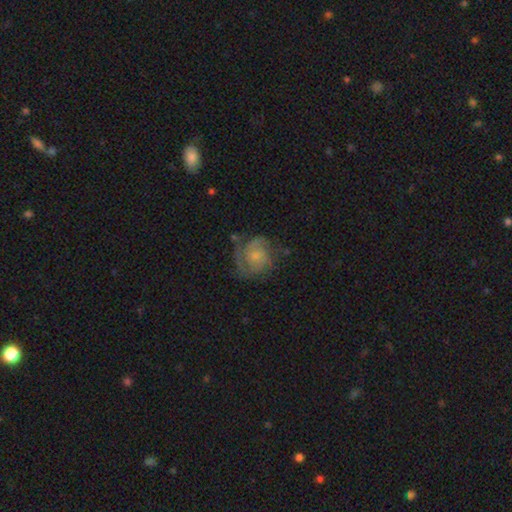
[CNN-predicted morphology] This is likely a featured or disk galaxy (74%). It is clearly not viewed edge-on (98%). Bar: likely no (65%). Spiral arm pattern: clearly yes (92%). Spiral arm count: possibly 2 (51%). Spiral winding: possibly tight (47%). Central bulge: likely small (61%). Merging: possibly none (59%).